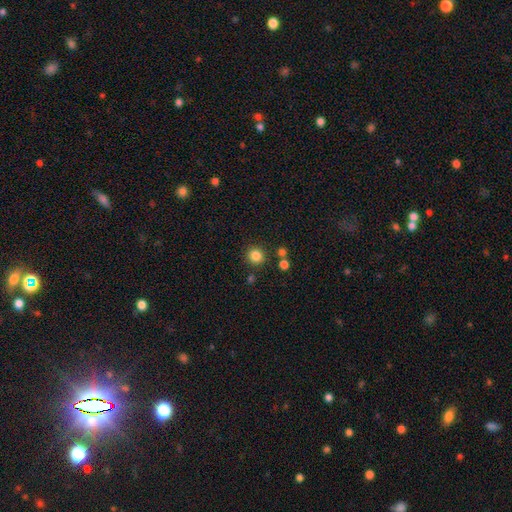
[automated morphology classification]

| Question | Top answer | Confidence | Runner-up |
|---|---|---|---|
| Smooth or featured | smooth | 84% | star or artifact (12%) |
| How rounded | round | 91% | in between (8%) |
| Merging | none | 85% | minor disturbance (7%) |